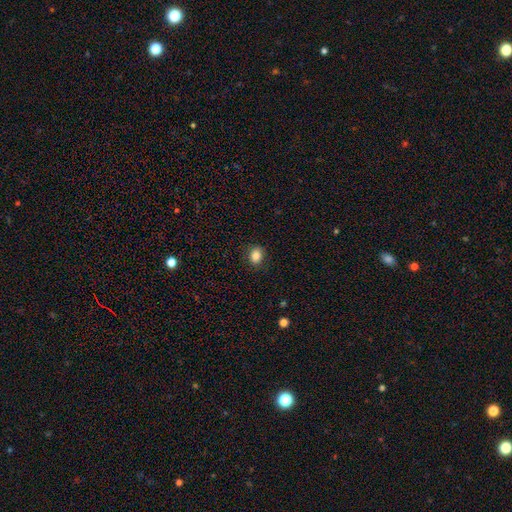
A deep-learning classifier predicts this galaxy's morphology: Q: Smooth or featured?
A: smooth (85%); runner-up: star or artifact (10%)
Q: How rounded?
A: in between (57%); runner-up: round (42%)
Q: Merging?
A: none (87%); runner-up: minor disturbance (9%)